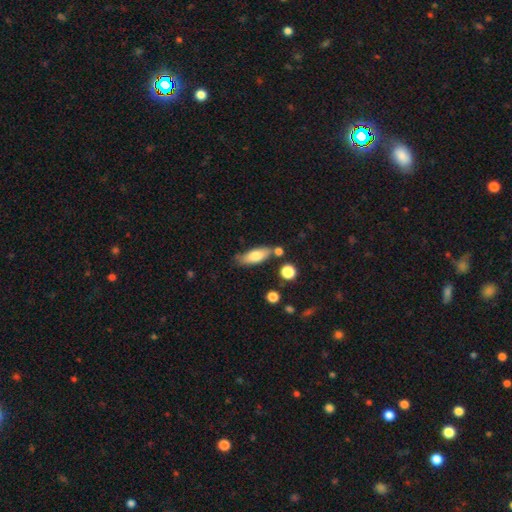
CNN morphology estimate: The model was most divided on "how rounded": in between: 71%, cigar-shaped: 26%, round: 3%. More confident: smooth or featured — smooth (74%); merging — none (68%).